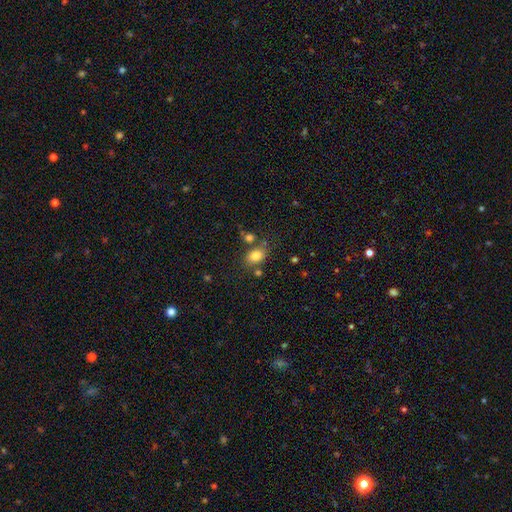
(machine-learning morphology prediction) Smooth or featured? smooth (80%)
How rounded? in between (71%)
Merging? none (69%)